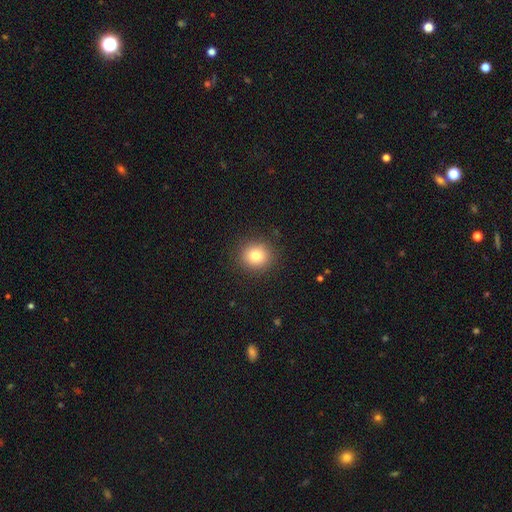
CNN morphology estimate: smooth-or-featured: smooth: 80% | star or artifact: 12% | featured or disk: 8%
  how-rounded: round: 87% | in between: 12% | cigar-shaped: 1%
  merging: none: 90% | minor disturbance: 7% | major disturbance: 2% | merger: 1%